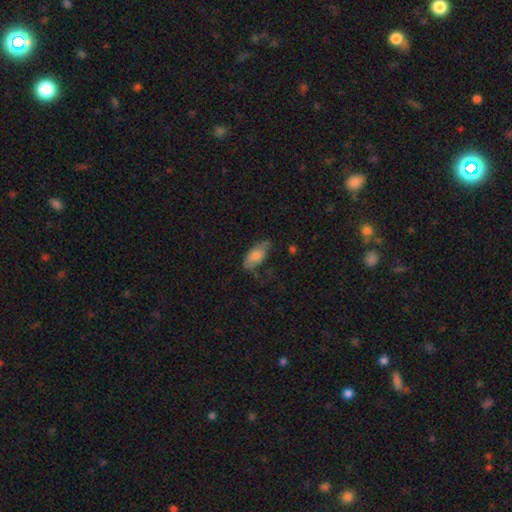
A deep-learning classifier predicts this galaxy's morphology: Smooth or featured? Predicted: smooth (p=0.74). How rounded? Predicted: in between (p=0.86). Merging? Predicted: none (p=0.57).